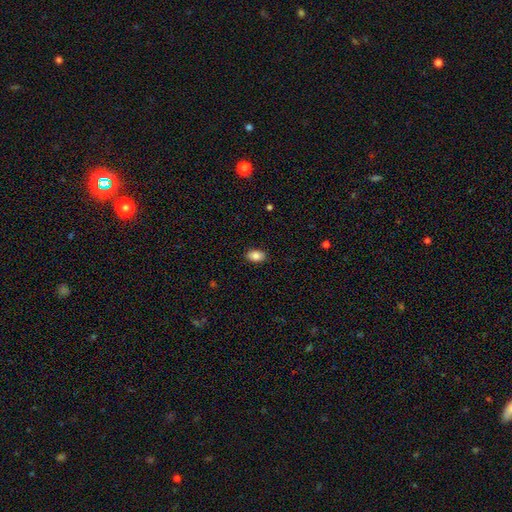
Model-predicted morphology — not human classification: Smooth or featured: smooth — 85% (star or artifact — 8%)
How rounded: in between — 89% (round — 10%)
Merging: none — 89% (minor disturbance — 8%)